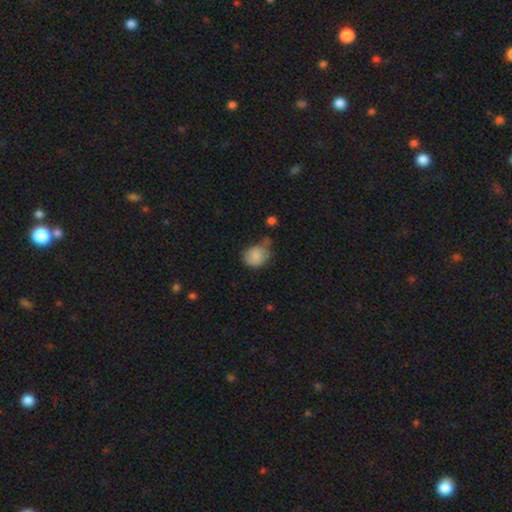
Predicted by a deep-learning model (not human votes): smooth_or_featured: smooth (p=0.79) [alt: featured or disk p=0.13]
how_rounded: in between (p=0.51) [alt: round p=0.48]
merging: none (p=0.45) [alt: minor disturbance p=0.34]